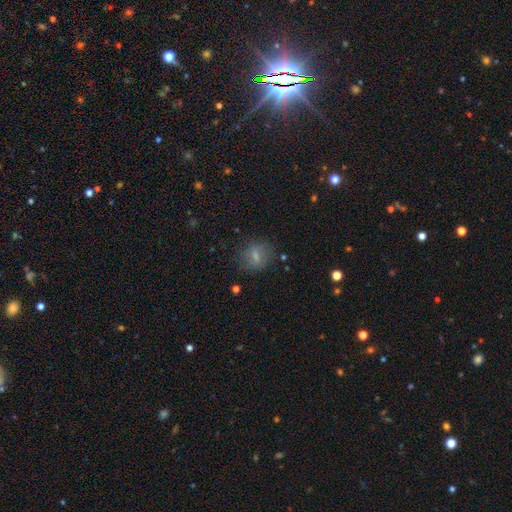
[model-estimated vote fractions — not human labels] This is likely a smooth galaxy (68%). How rounded: possibly round (52%). Merging: likely none (72%).